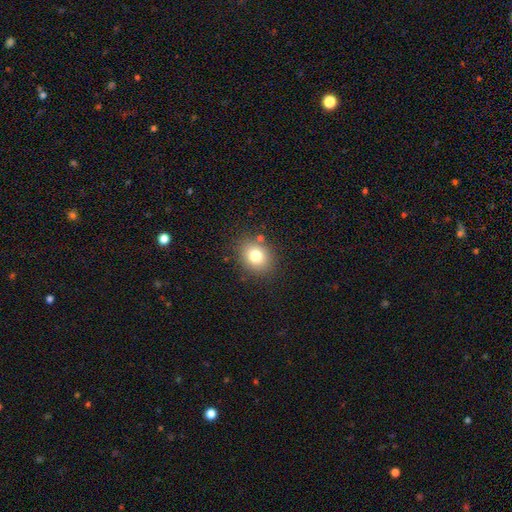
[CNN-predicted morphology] A smooth galaxy with no disk features (78%) that is round (59%). Merging: none (83%).